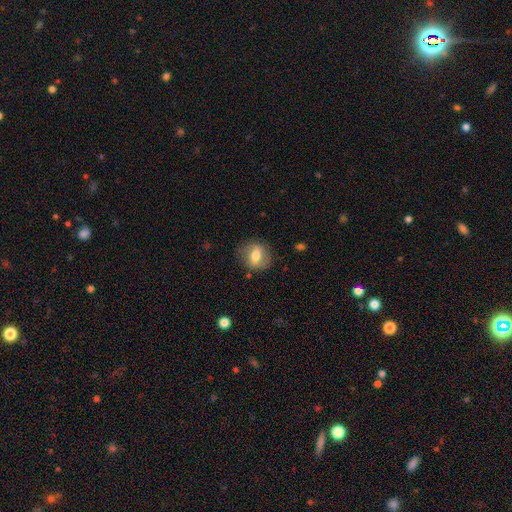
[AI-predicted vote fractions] Smooth or featured?
  - smooth: 60% *
  - featured or disk: 32%
  - star or artifact: 8%
How rounded?
  - round: 60% *
  - in between: 39%
  - cigar-shaped: 2%
Merging?
  - none: 80% *
  - minor disturbance: 14%
  - major disturbance: 5%
  - merger: 1%